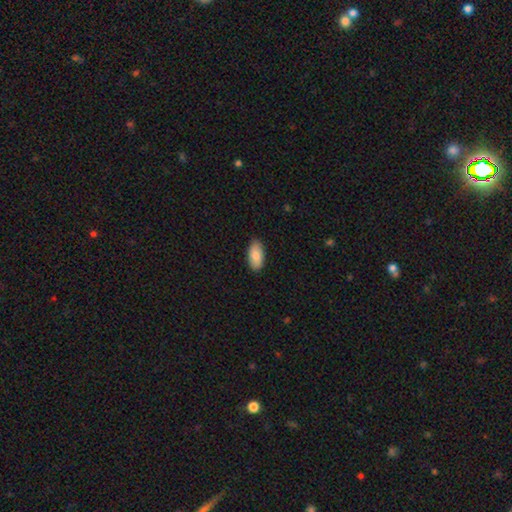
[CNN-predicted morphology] A smooth galaxy with no disk features (84%) that is in between round and cigar-shaped (93%). Merging: none (89%).